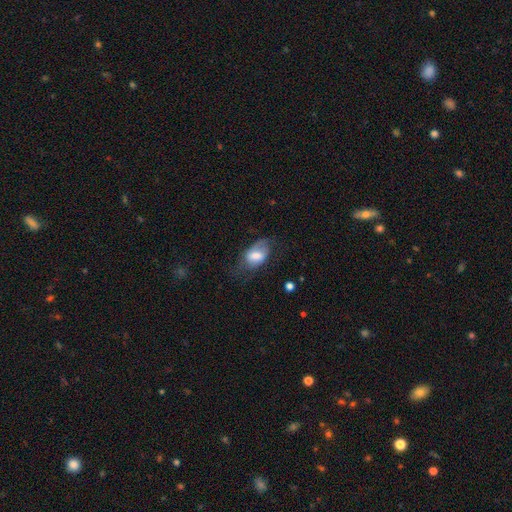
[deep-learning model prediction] A smooth galaxy with no disk features (62%) that is in between round and cigar-shaped (89%).

Vote fractions:
- Smooth or featured? smooth: 62% / featured or disk: 31% / star or artifact: 8%
- How rounded? in between: 89% / round: 9% / cigar-shaped: 2%
- Merging? none: 44% / minor disturbance: 29% / major disturbance: 25% / merger: 2%